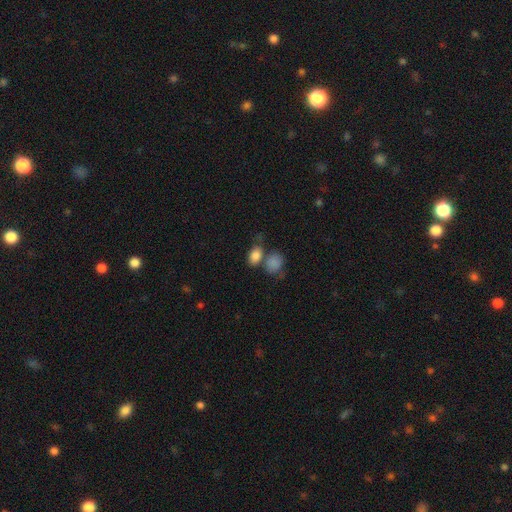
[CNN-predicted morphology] Overall: smooth (84%). How rounded: in between (73%). Merging: none (46%; merger 33%).